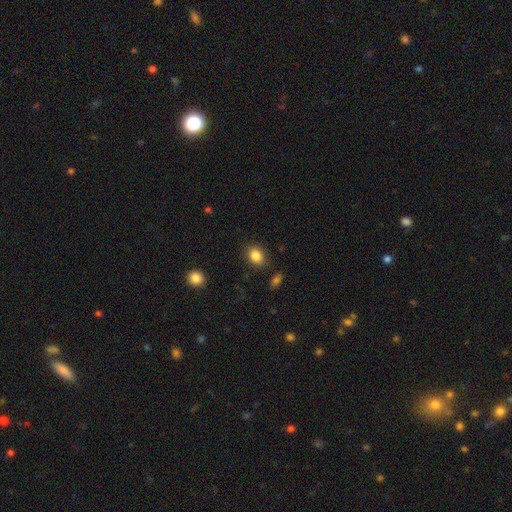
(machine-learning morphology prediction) type=smooth (86%); roundness=in between (62%); merging=none (84%).